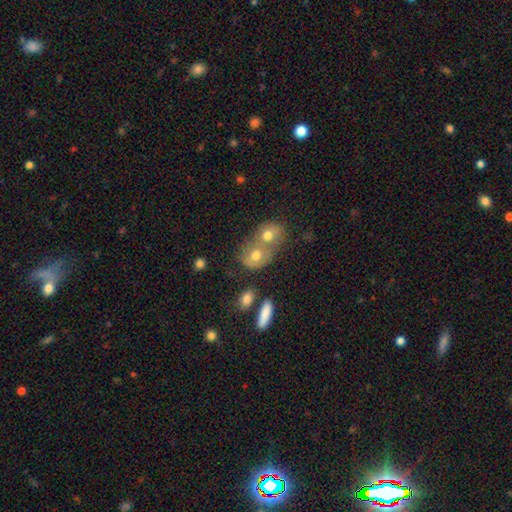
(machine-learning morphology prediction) A smooth galaxy with no disk features (68%) that is round (49%, tied with in between).

Vote fractions:
- Smooth or featured? smooth: 68% / featured or disk: 21% / star or artifact: 11%
- How rounded? round: 49% (tied) / in between: 49% (tied) / cigar-shaped: 2%
- Merging? merger: 64% / none: 22% / minor disturbance: 8% / major disturbance: 5%